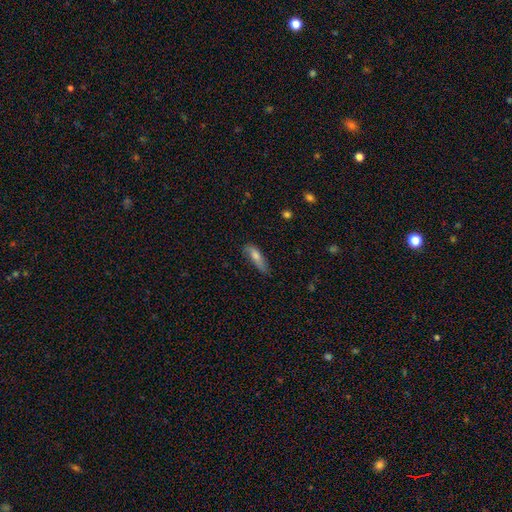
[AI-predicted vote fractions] Morphology: type=smooth (66%); roundness=cigar-shaped (57%); merging=none (62%).